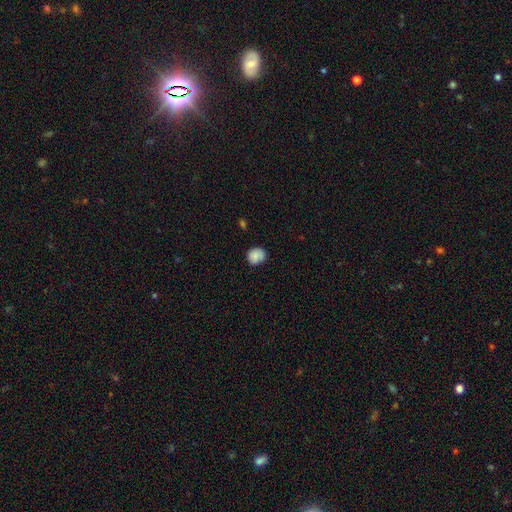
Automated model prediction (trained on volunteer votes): smooth 82%, featured or disk 9%, star or artifact 8%. Down the decision tree: how rounded — round (71%); merging — none (66%).